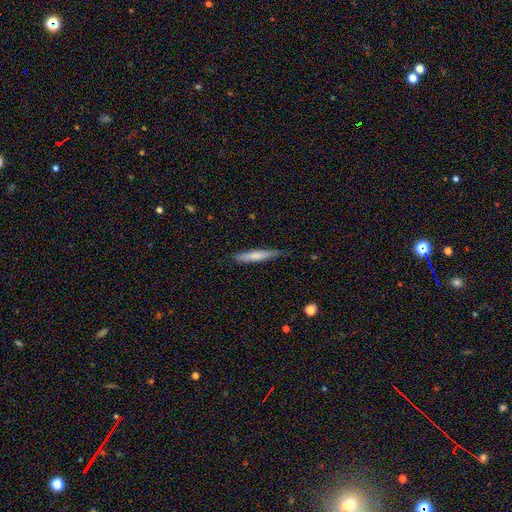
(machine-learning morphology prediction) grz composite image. It shows a smooth galaxy with no disk features (70%) that is cigar-shaped (92%). Merging: none (79%).